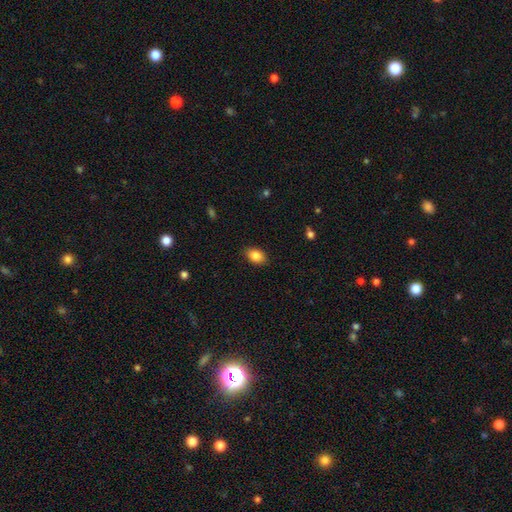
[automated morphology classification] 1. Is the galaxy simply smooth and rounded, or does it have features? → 86% smooth, 8% star or artifact, 6% featured or disk.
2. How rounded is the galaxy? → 84% in between, 15% round, 1% cigar-shaped.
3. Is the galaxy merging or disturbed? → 88% none, 9% minor disturbance, 2% major disturbance, 1% merger.